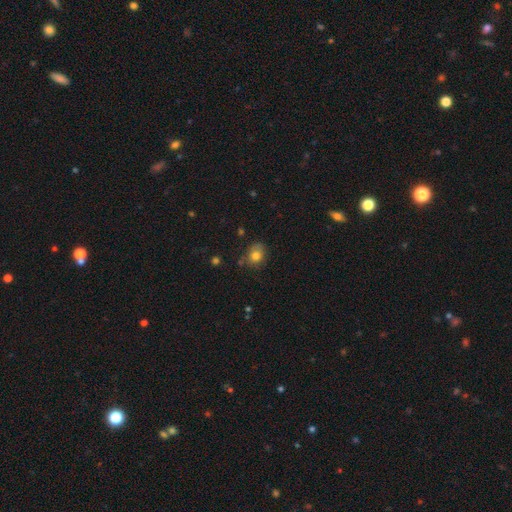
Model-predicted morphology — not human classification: Q: Smooth or featured?
A: smooth (78%); runner-up: star or artifact (12%)
Q: How rounded?
A: round (57%); runner-up: in between (42%)
Q: Merging?
A: none (69%); runner-up: minor disturbance (22%)